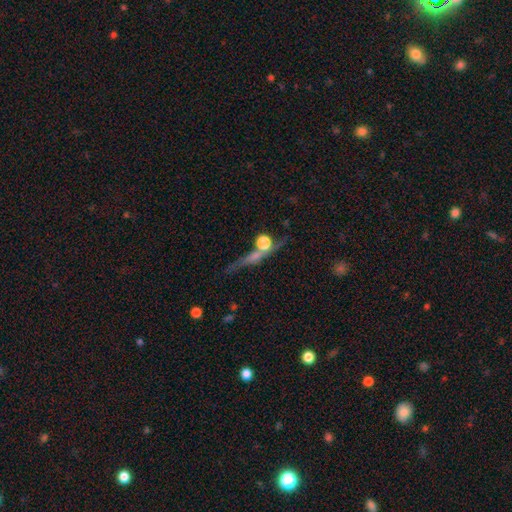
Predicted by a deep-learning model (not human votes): smooth_or_featured: featured or disk (p=0.49) [alt: smooth p=0.29]
merging: none (p=0.64) [alt: merger p=0.14]